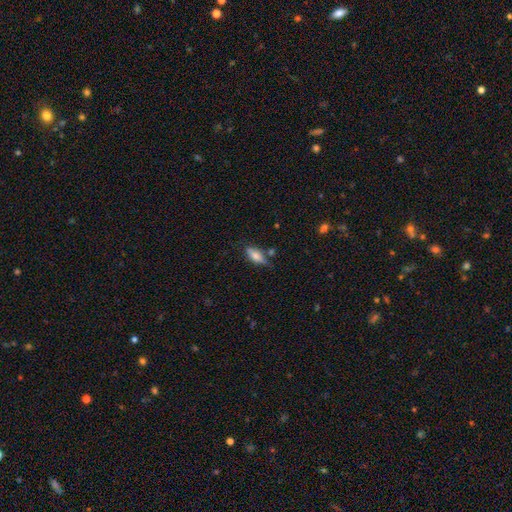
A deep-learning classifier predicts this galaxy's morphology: A smooth galaxy with no disk features (64%) that is in between round and cigar-shaped (67%).

Vote fractions:
- Smooth or featured? smooth: 64% / featured or disk: 28% / star or artifact: 8%
- How rounded? in between: 67% / cigar-shaped: 30% / round: 3%
- Merging? none: 62% / minor disturbance: 24% / merger: 8% / major disturbance: 6%